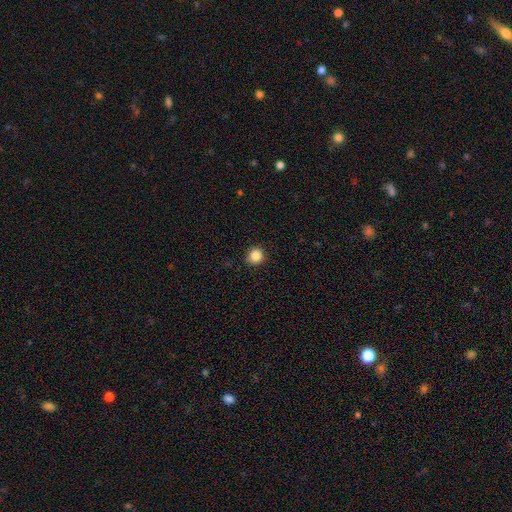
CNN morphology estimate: Smooth or featured? Predicted: smooth (p=0.86). How rounded? Predicted: round (p=0.87). Merging? Predicted: none (p=0.87).